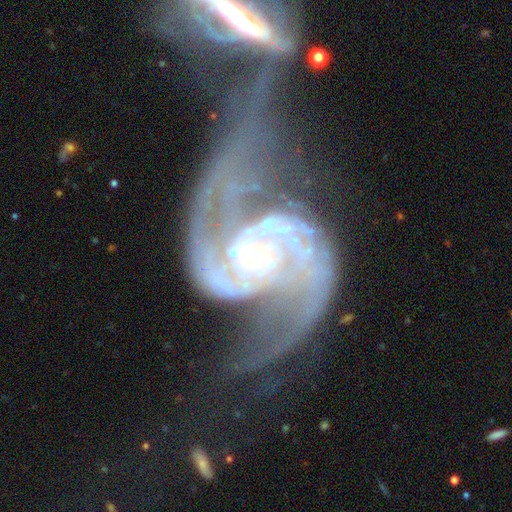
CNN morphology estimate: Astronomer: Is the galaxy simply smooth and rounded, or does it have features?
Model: featured or disk — 92%.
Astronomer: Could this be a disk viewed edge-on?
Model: no — 98%.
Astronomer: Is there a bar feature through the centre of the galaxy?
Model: no — 64%.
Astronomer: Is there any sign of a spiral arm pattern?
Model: yes — 98%.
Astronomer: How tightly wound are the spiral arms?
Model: medium — 44% (runner-up: loose, 38%).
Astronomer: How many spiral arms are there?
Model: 2 — 85%.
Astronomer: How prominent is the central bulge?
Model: small — 77%.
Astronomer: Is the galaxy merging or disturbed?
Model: merger — 36% (runner-up: major disturbance, 28%).